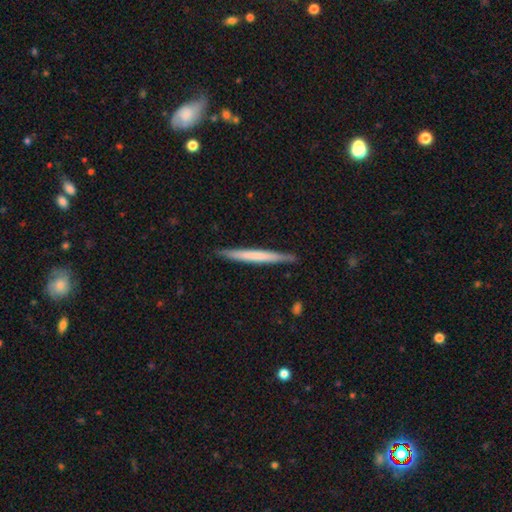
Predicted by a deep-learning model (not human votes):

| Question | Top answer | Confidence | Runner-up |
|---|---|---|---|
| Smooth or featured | smooth | 56% | featured or disk (39%) |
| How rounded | cigar-shaped | 97% | in between (2%) |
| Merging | none | 89% | minor disturbance (8%) |